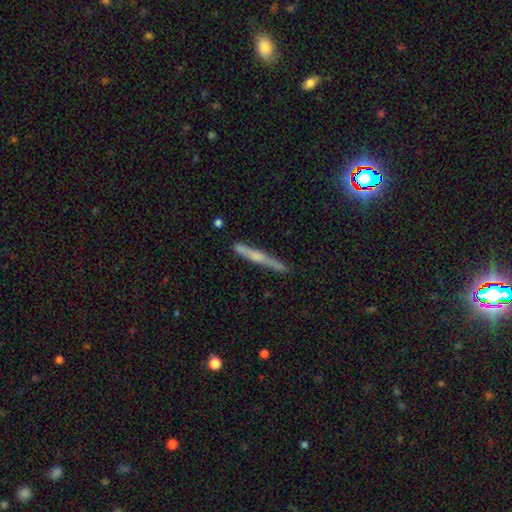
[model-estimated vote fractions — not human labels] Smooth or featured? Predicted: featured or disk (p=0.62). Edge-on disk? Predicted: yes (p=0.97). Edge-on bulge? Predicted: rounded (p=0.68). Merging? Predicted: none (p=0.86).